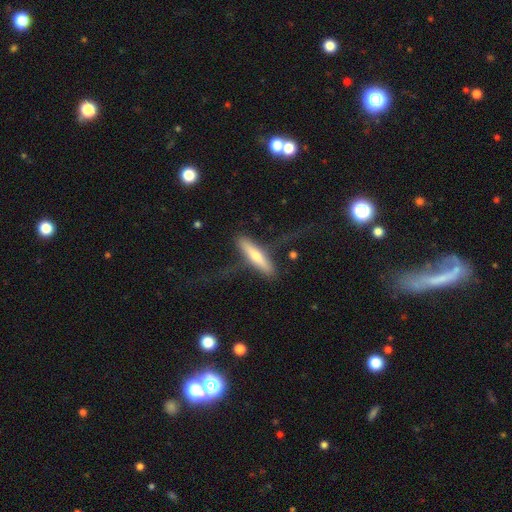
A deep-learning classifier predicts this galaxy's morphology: featured or disk 57%, smooth 37%, star or artifact 6%. Down the decision tree: edge-on disk — yes (82%); merging — none (55%).